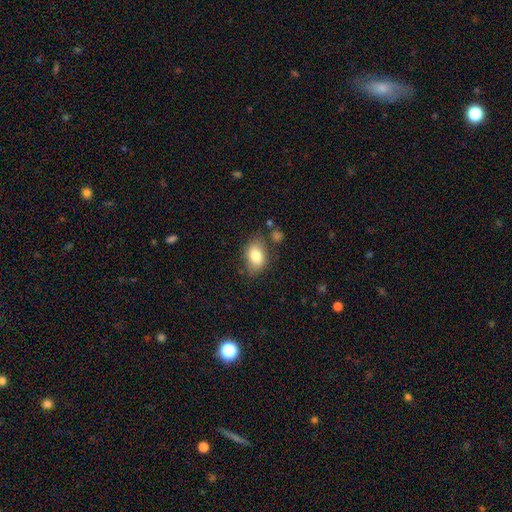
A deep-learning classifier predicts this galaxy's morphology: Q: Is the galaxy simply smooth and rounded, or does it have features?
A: smooth — 80%.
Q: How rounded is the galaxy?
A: in between — 83%.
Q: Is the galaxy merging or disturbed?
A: none — 72%.